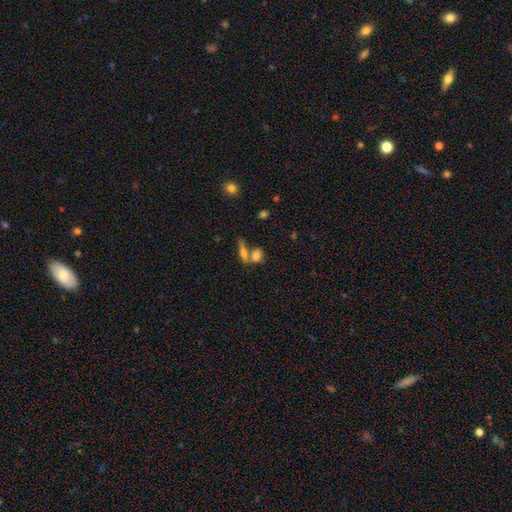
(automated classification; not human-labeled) A smooth galaxy with no disk features (72%) that is in between round and cigar-shaped (67%).

Vote fractions:
- Smooth or featured? smooth: 72% / featured or disk: 17% / star or artifact: 11%
- How rounded? in between: 67% / round: 19% / cigar-shaped: 14%
- Merging? merger: 47% / none: 38% / minor disturbance: 9% / major disturbance: 5%